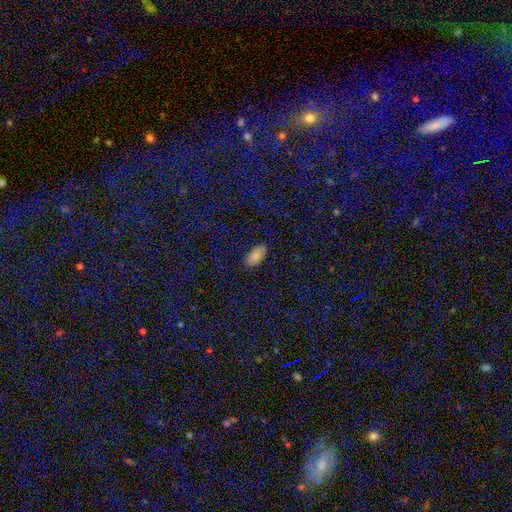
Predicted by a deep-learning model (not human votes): This is clearly a smooth galaxy (83%). How rounded: clearly in between (93%). Merging: clearly none (85%).